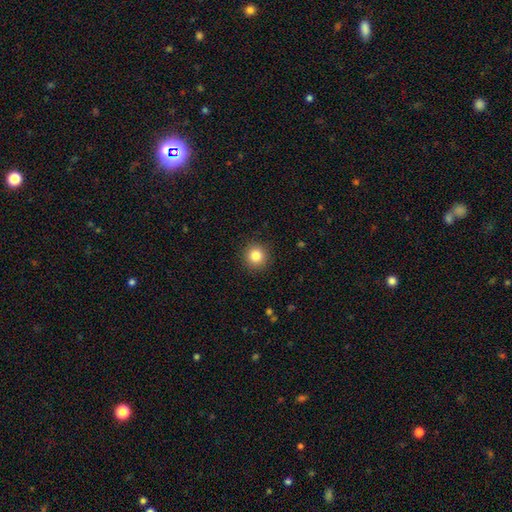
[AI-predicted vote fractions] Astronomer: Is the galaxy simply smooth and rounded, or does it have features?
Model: smooth — 84%.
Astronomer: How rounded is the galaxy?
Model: round — 93%.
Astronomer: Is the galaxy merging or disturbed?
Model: none — 91%.